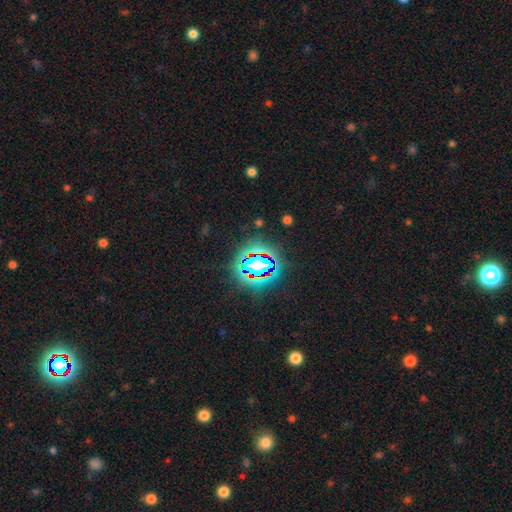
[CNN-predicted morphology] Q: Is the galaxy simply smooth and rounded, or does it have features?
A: star or artifact — 73%.